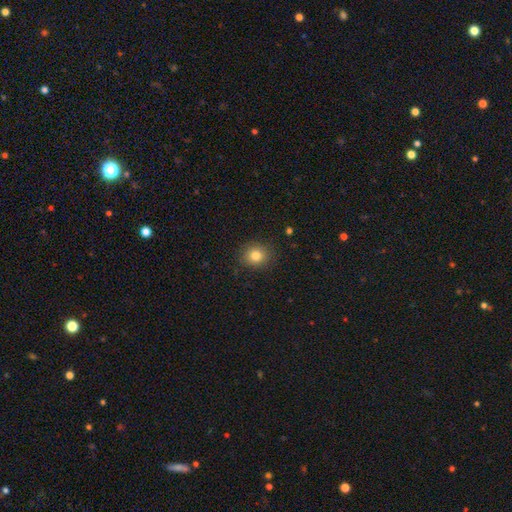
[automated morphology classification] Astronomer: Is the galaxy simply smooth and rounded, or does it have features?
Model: smooth — 82%.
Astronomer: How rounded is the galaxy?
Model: round — 82%.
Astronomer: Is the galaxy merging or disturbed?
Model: none — 87%.